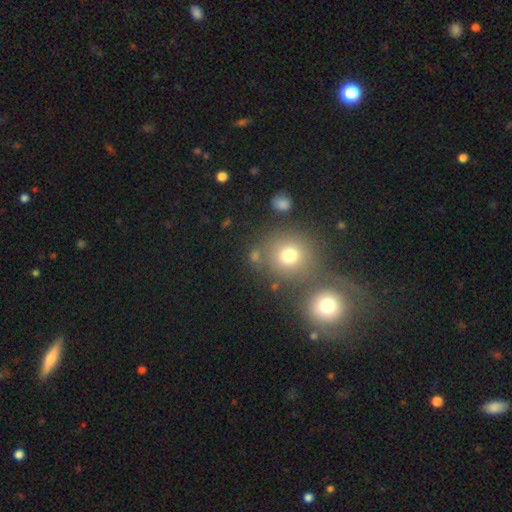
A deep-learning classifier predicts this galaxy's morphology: This appears to be a smooth galaxy with no disk features (69%) that is round (86%). Merging: none (66%).